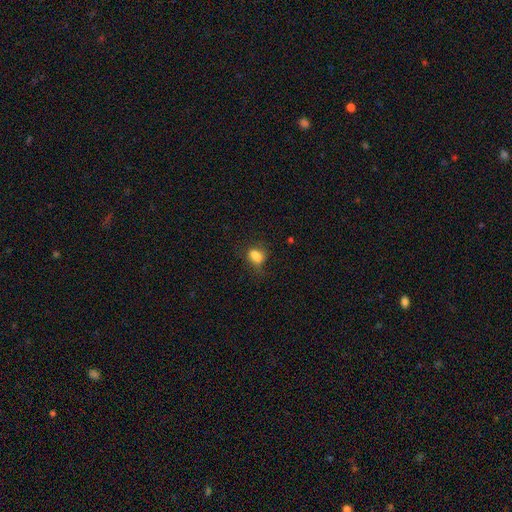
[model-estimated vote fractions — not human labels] smooth_or_featured: smooth (p=0.80) [alt: star or artifact p=0.11]
how_rounded: in between (p=0.71) [alt: round p=0.26]
merging: none (p=0.50) [alt: minor disturbance p=0.30]